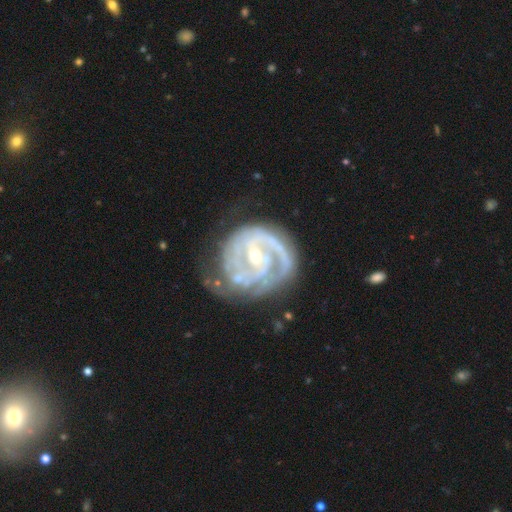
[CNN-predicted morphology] A featured or disk galaxy (89%) with a weak bar (43%), 2 (44%) tight (65%) spiral arms (96%) and a small central bulge (52%).

Vote fractions:
- Smooth or featured? featured or disk: 89% / smooth: 6% / star or artifact: 5%
- Edge-on disk? no: 98% / yes: 2%
- Bar? weak: 43% / no: 42% / strong: 15%
- Spiral arms? yes: 96% / no: 4%
- Spiral winding? tight: 65% / medium: 28% / loose: 6%
- Spiral arm count? 2: 44% / can't tell: 20% / 3: 19% / 1: 9% / 4: 5% / more than 4: 4%
- Bulge size? small: 52% / moderate: 44% / large: 2% / none: 1% / dominant: 1%
- Merging? none: 58% / minor disturbance: 23% / major disturbance: 15% / merger: 3%